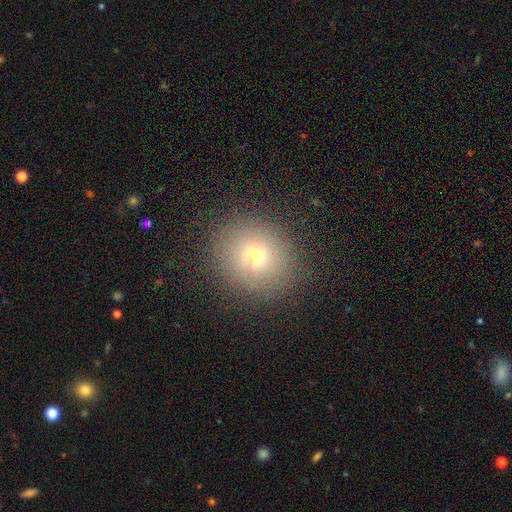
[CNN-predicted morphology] Smooth or featured: smooth — 70% (star or artifact — 17%)
How rounded: round — 82% (in between — 17%)
Merging: none — 87% (minor disturbance — 8%)